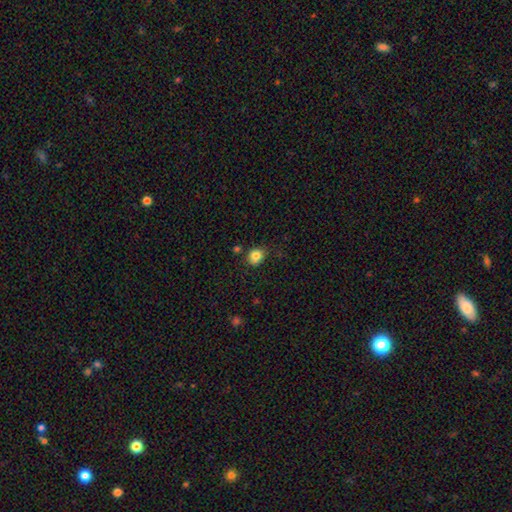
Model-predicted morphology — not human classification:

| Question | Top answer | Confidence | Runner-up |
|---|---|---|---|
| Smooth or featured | smooth | 81% | star or artifact (11%) |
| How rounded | round | 65% | in between (34%) |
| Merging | none | 67% | minor disturbance (20%) |